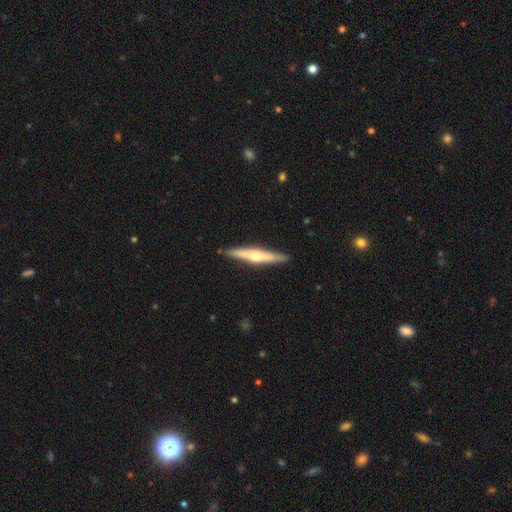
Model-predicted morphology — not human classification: Overall: featured or disk (62%; smooth 33%). Edge-on disk: yes (96%). Edge-on bulge: rounded (89%). Merging: none (90%).